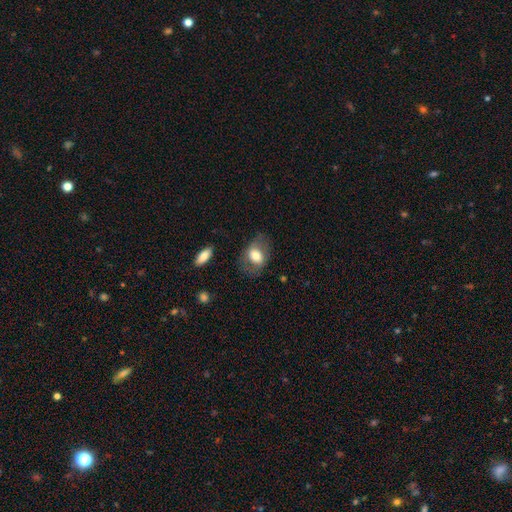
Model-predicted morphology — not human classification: Smooth or featured? Predicted: smooth (p=0.65). How rounded? Predicted: in between (p=0.75). Merging? Predicted: none (p=0.68).